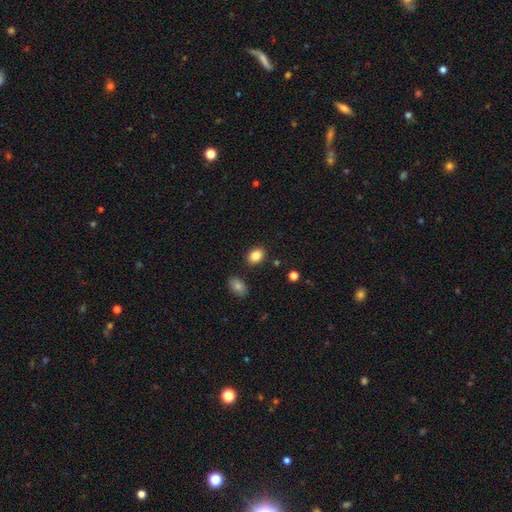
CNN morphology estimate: Smooth or featured?
  - smooth: 85% *
  - star or artifact: 9%
  - featured or disk: 6%
How rounded?
  - in between: 67% *
  - round: 32%
  - cigar-shaped: 1%
Merging?
  - none: 85% *
  - minor disturbance: 9%
  - merger: 3%
  - major disturbance: 2%